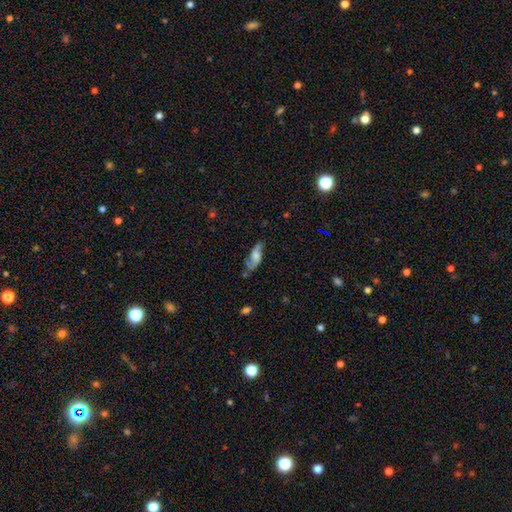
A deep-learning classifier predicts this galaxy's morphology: This appears to be a featured or disk galaxy (57%). Merging: none (57%).